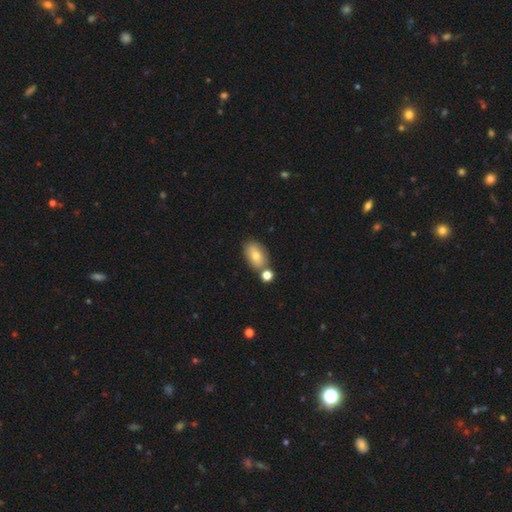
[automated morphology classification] This appears to be a smooth galaxy with no disk features (75%) that is in between round and cigar-shaped (87%). Merging: none (66%).